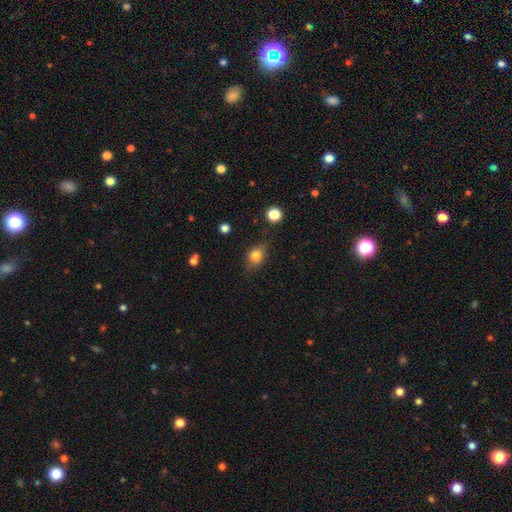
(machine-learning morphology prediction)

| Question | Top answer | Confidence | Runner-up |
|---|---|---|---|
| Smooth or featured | smooth | 76% | featured or disk (13%) |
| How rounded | in between | 53% | round (44%) |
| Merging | none | 70% | minor disturbance (22%) |